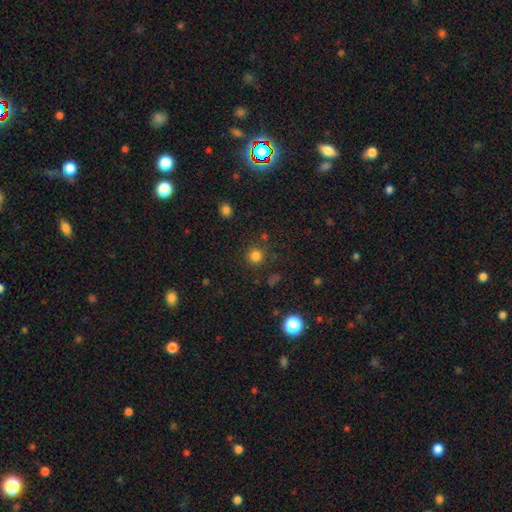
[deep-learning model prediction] Smooth or featured? smooth (79%)
How rounded? round (93%)
Merging? none (84%)